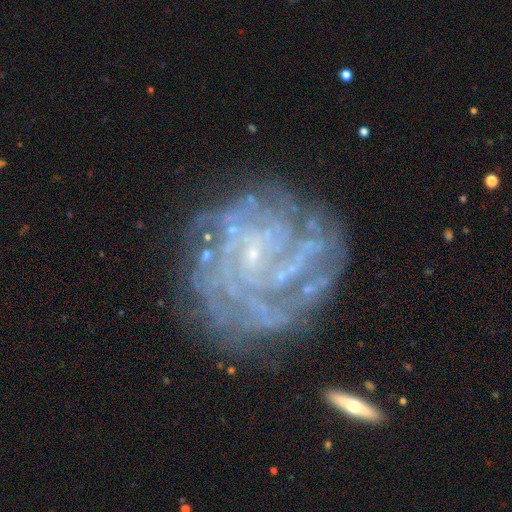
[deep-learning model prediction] Q: Smooth or featured?
A: featured or disk (85%); runner-up: star or artifact (8%)
Q: Edge-on disk?
A: no (98%); runner-up: yes (2%)
Q: Bar?
A: no (59%); runner-up: weak (31%)
Q: Spiral arms?
A: yes (91%); runner-up: no (9%)
Q: Spiral winding?
A: tight (71%); runner-up: medium (22%)
Q: Spiral arm count?
A: can't tell (36%); runner-up: 4 (18%)
Q: Bulge size?
A: small (78%); runner-up: none (15%)
Q: Merging?
A: none (65%); runner-up: minor disturbance (19%)